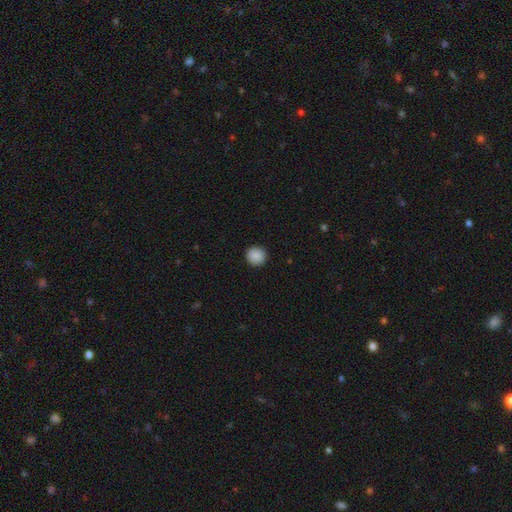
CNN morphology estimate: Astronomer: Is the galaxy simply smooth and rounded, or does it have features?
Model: smooth — 89%.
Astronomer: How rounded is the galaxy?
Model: round — 93%.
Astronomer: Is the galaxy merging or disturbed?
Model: none — 93%.